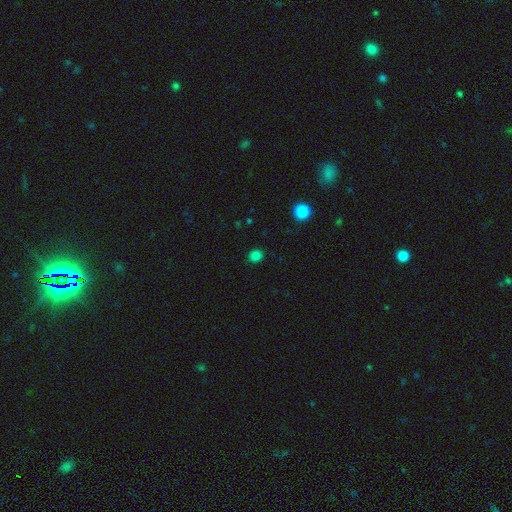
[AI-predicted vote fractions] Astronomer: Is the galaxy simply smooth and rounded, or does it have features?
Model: smooth — 81%.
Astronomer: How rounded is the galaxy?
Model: round — 75%.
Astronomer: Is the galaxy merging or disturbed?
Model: none — 89%.